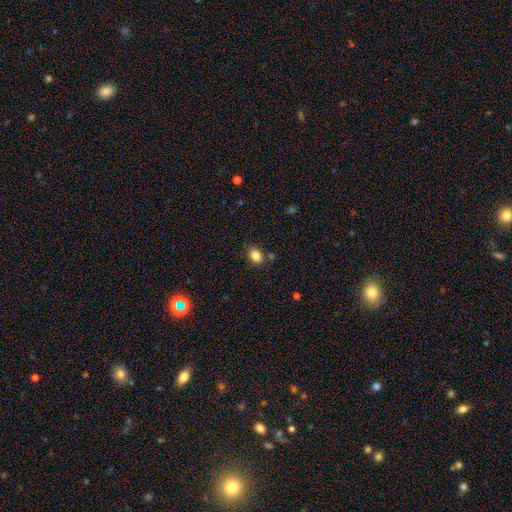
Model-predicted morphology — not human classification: Smooth or featured? Predicted: smooth (p=0.83). How rounded? Predicted: in between (p=0.60). Merging? Predicted: none (p=0.80).